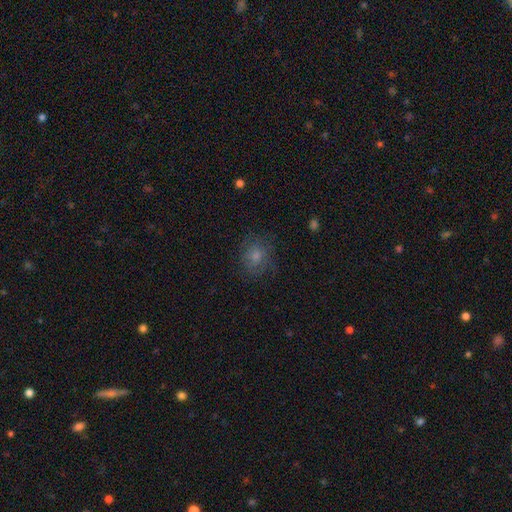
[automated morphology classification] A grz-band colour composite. It shows a smooth galaxy with no disk features (54%) that is round (77%). Merging: none (77%).